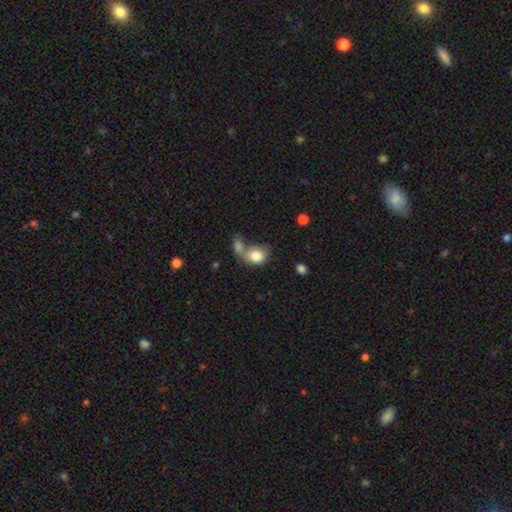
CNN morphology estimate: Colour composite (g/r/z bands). It shows a smooth galaxy with no disk features (82%) that is in between round and cigar-shaped (52%). Merging: merger (53%).